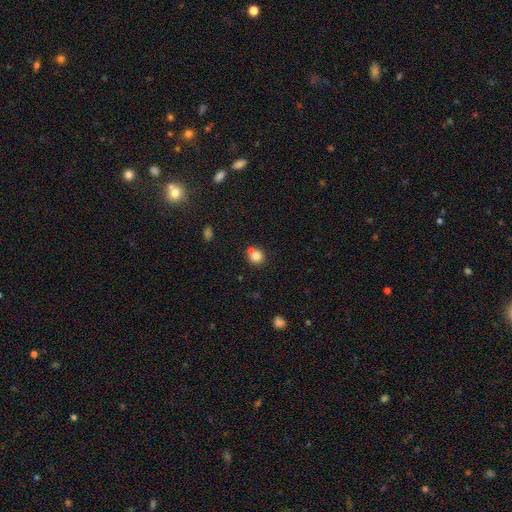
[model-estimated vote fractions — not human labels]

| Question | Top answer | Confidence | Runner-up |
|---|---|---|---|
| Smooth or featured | smooth | 80% | star or artifact (11%) |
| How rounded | round | 85% | in between (14%) |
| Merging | none | 56% | merger (30%) |